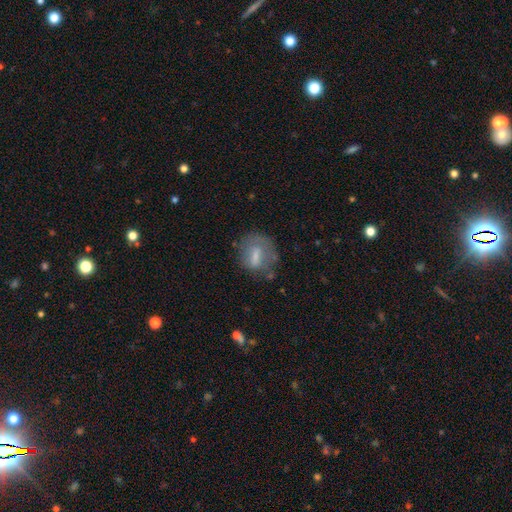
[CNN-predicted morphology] type=smooth (55%); roundness=round (53%); merging=none (57%).